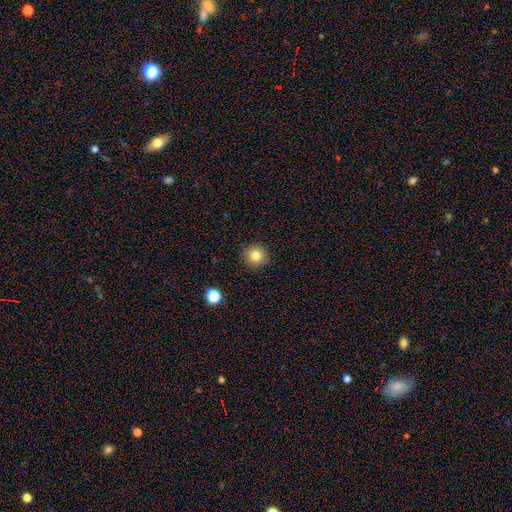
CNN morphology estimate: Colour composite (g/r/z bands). It shows a smooth galaxy with no disk features (81%) that is round (92%). Merging: none (90%).